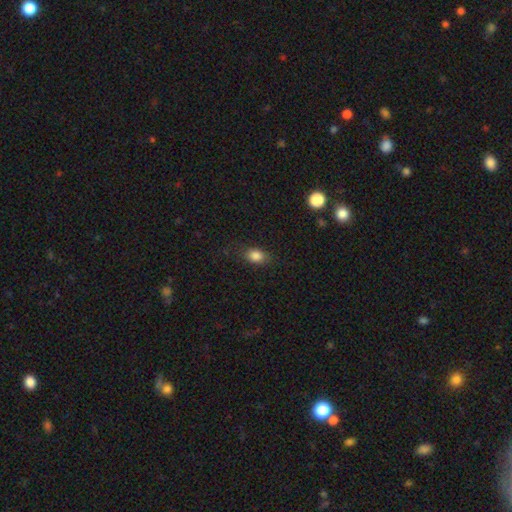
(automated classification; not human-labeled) This is clearly a smooth galaxy (84%). How rounded: likely in between (76%). Merging: clearly none (80%).